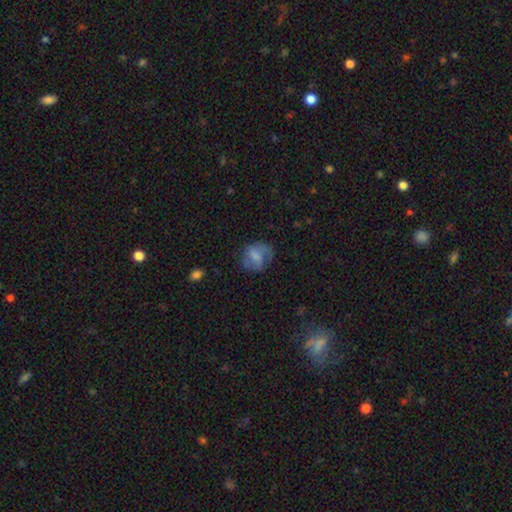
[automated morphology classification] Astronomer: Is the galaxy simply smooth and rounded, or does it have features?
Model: smooth — 52% (runner-up: featured or disk, 39%).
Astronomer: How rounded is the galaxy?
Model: round — 54% (runner-up: in between, 44%).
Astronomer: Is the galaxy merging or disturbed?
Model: none — 55%.